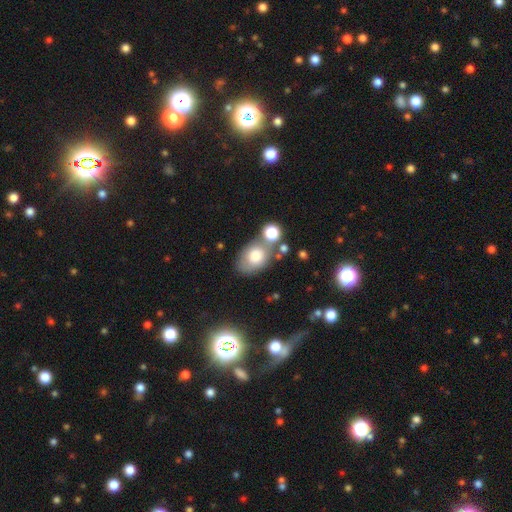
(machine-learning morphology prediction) Smooth or featured? Predicted: smooth (p=0.74). How rounded? Predicted: in between (p=0.76). Merging? Predicted: none (p=0.53).